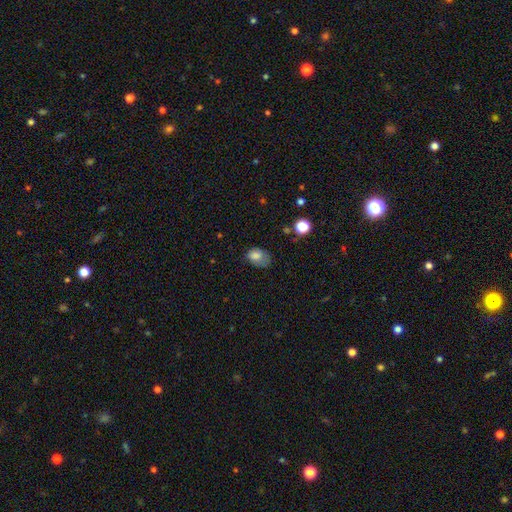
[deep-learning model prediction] smooth_or_featured: smooth (p=0.78) [alt: featured or disk p=0.12]
how_rounded: in between (p=0.72) [alt: round p=0.27]
merging: none (p=0.40) [alt: minor disturbance p=0.37]